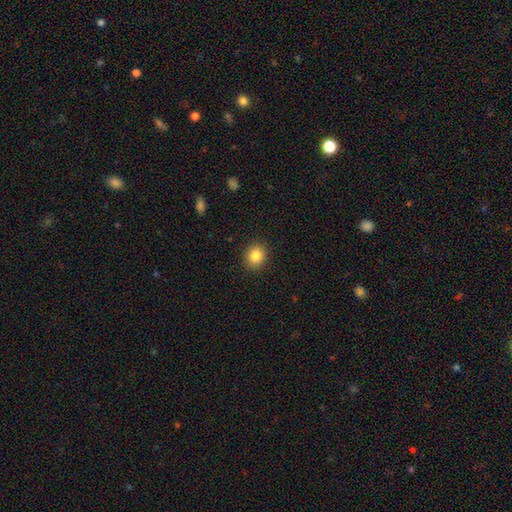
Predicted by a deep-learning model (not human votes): Morphology: type=smooth (84%); roundness=round (74%); merging=none (90%).